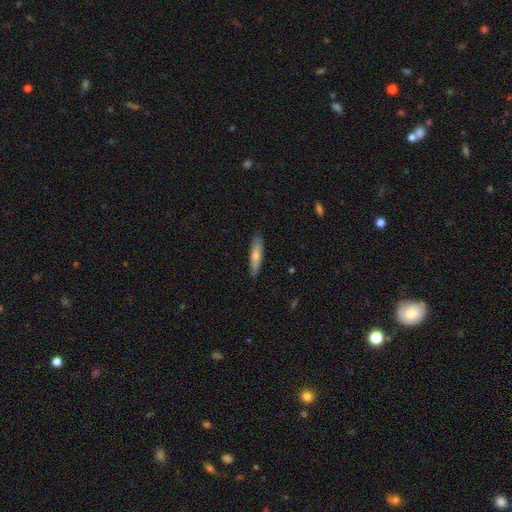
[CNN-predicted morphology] Smooth or featured?
  - smooth: 62% *
  - featured or disk: 32%
  - star or artifact: 6%
How rounded?
  - cigar-shaped: 79% *
  - in between: 19%
  - round: 2%
Merging?
  - none: 85% *
  - minor disturbance: 12%
  - major disturbance: 2%
  - merger: 1%